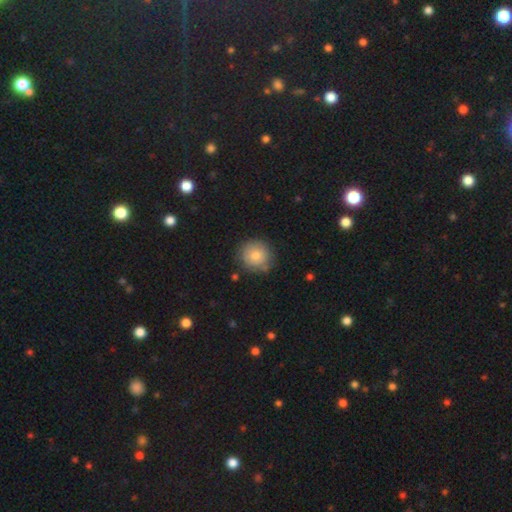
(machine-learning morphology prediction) The model was most divided on "smooth or featured": smooth: 80%, featured or disk: 12%, star or artifact: 8%. More confident: how rounded — round (92%); merging — none (82%).